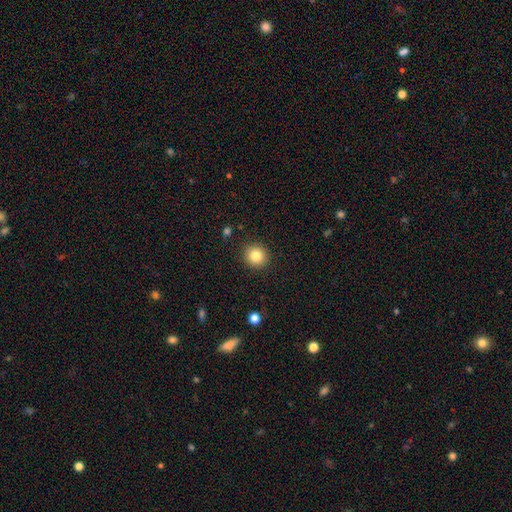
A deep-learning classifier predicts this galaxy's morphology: Smooth or featured? smooth (83%)
How rounded? round (90%)
Merging? none (91%)